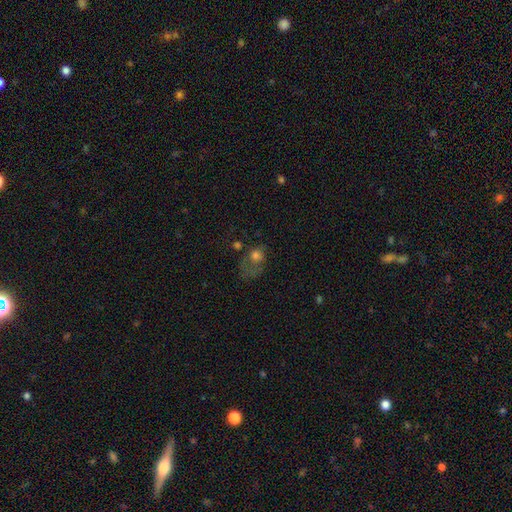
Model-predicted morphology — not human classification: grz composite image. It shows a smooth galaxy with no disk features (58%) that is in between round and cigar-shaped (52%). Merging: major disturbance (49%).